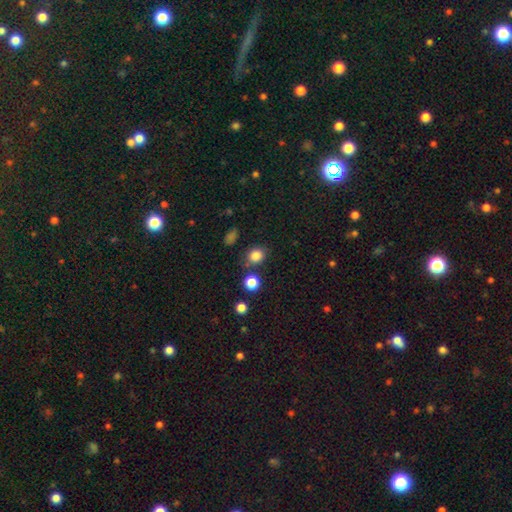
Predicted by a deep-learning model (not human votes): smooth_or_featured: smooth (p=0.82) [alt: star or artifact p=0.13]
how_rounded: round (p=0.59) [alt: in between p=0.40]
merging: none (p=0.73) [alt: minor disturbance p=0.12]